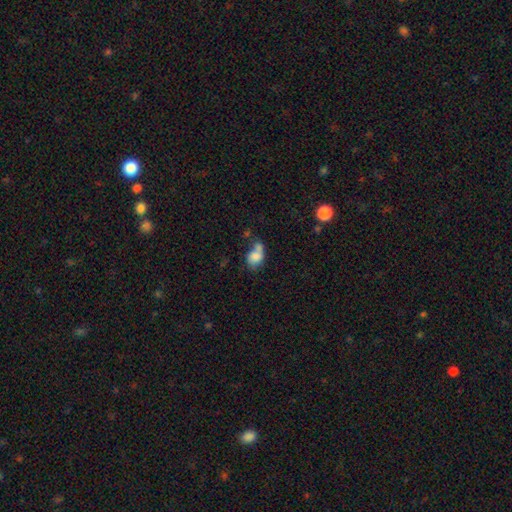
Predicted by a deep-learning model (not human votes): Q: Smooth or featured?
A: smooth (75%); runner-up: featured or disk (15%)
Q: How rounded?
A: in between (66%); runner-up: round (32%)
Q: Merging?
A: merger (43%); runner-up: none (26%)